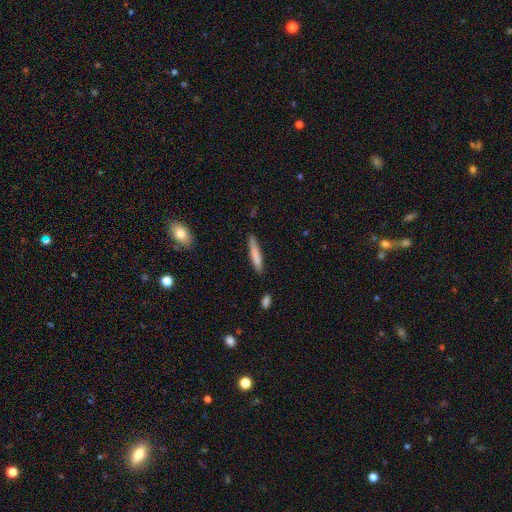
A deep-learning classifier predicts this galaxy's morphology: smooth 77%, featured or disk 16%, star or artifact 6%. Down the decision tree: how rounded — cigar-shaped (92%); merging — none (81%).